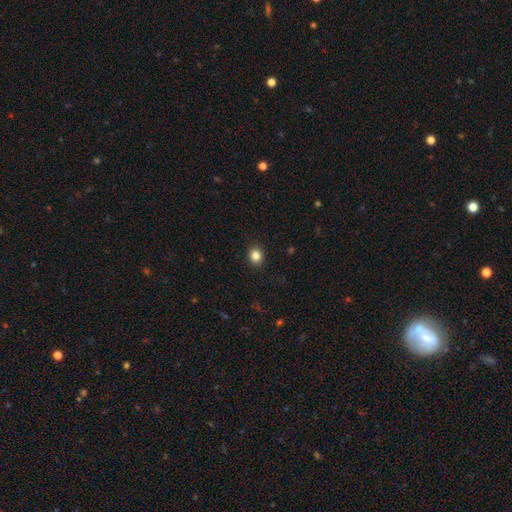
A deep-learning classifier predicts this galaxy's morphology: Smooth or featured? Predicted: smooth (p=0.85). How rounded? Predicted: round (p=0.70). Merging? Predicted: none (p=0.91).